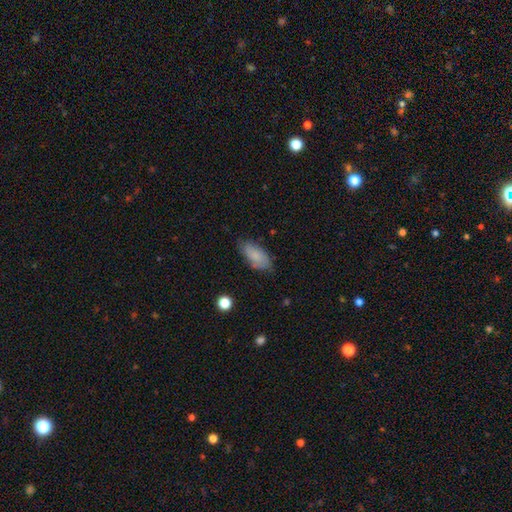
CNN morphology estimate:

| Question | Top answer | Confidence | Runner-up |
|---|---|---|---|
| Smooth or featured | smooth | 78% | featured or disk (14%) |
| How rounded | in between | 90% | cigar-shaped (8%) |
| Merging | none | 72% | minor disturbance (22%) |